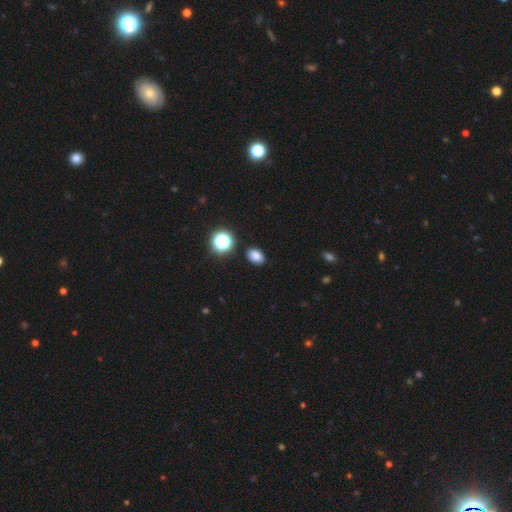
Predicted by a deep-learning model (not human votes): Smooth or featured? Predicted: smooth (p=0.80). How rounded? Predicted: in between (p=0.76). Merging? Predicted: none (p=0.86).